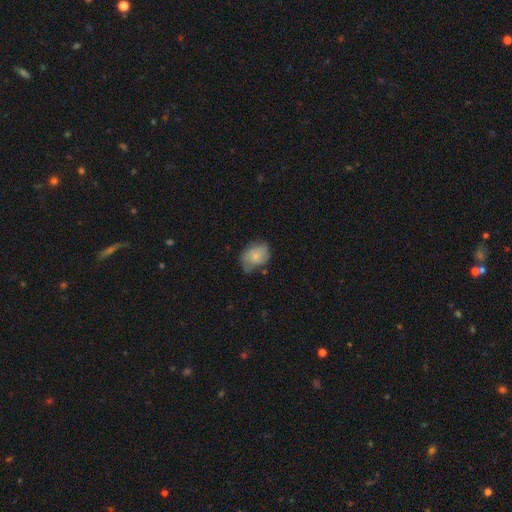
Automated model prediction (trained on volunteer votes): A smooth galaxy with no disk features (68%) that is in between round and cigar-shaped (63%). Merging: none (52%).